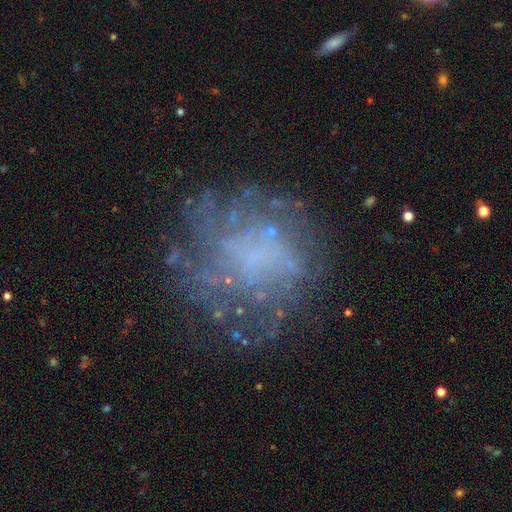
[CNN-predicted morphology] Overall: featured or disk (61%; smooth 22%). Edge-on disk: no (98%). Bar: no (85%). Spiral arms: no (59%; yes 41%). Bulge size: none (67%). Merging: none (65%).